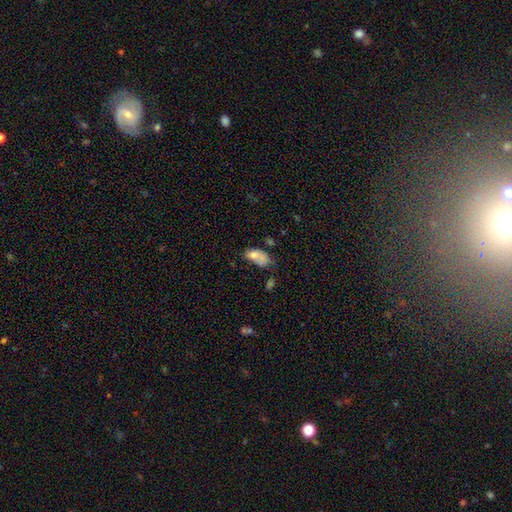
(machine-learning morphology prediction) This appears to be a smooth galaxy with no disk features (70%) that is in between round and cigar-shaped (88%). Merging: minor disturbance (28%).